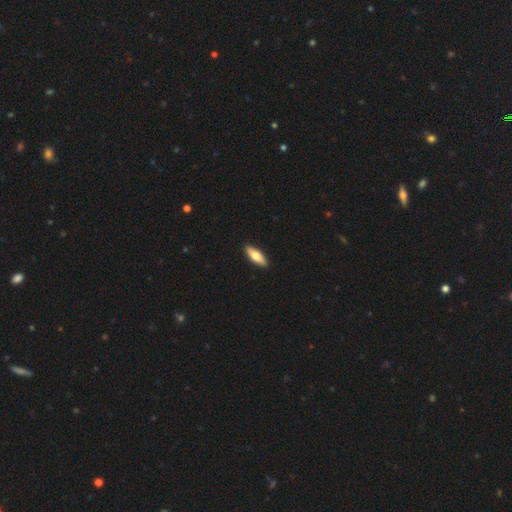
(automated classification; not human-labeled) Smooth or featured?
  - smooth: 68% *
  - featured or disk: 27%
  - star or artifact: 5%
How rounded?
  - in between: 51% *
  - cigar-shaped: 47%
  - round: 2%
Merging?
  - none: 92% *
  - minor disturbance: 6%
  - major disturbance: 1%
  - merger: 1%